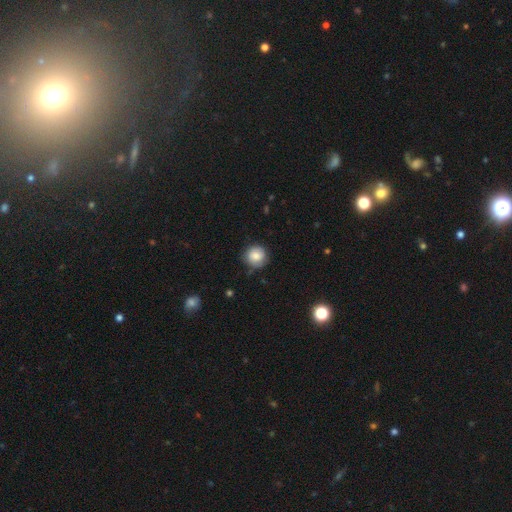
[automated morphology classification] This is likely a smooth galaxy (79%). How rounded: clearly round (93%). Merging: likely none (79%).